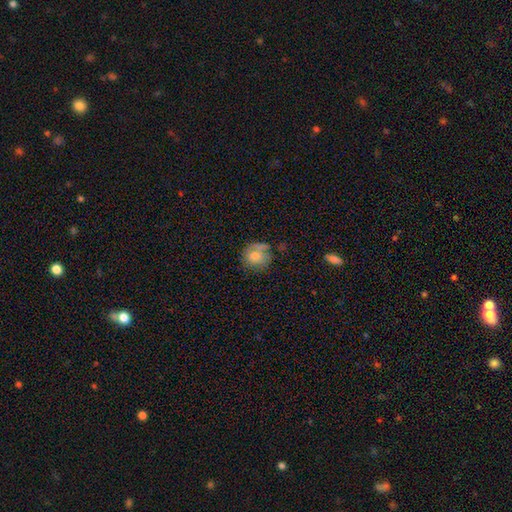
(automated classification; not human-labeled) Smooth or featured?
  - smooth: 73% *
  - featured or disk: 17%
  - star or artifact: 10%
How rounded?
  - round: 80% *
  - in between: 19%
  - cigar-shaped: 1%
Merging?
  - none: 53% *
  - minor disturbance: 25%
  - major disturbance: 12%
  - merger: 10%